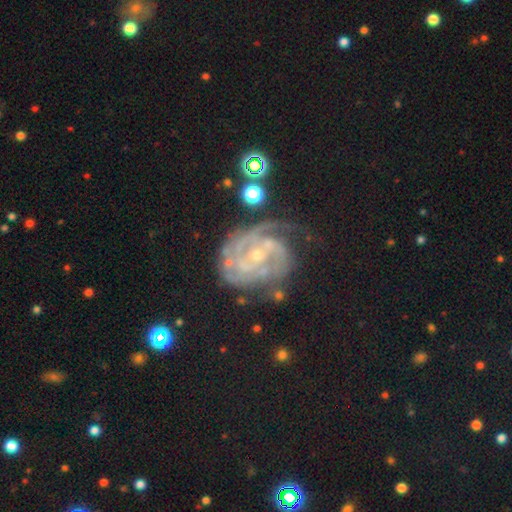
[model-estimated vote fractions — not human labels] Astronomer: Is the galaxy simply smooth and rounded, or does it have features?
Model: featured or disk — 86%.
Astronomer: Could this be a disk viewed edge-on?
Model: no — 98%.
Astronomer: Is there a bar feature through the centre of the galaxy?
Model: no — 63%.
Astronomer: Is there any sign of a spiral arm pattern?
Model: yes — 95%.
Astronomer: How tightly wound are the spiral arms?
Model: tight — 64%.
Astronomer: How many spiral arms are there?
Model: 2 — 30% (runner-up: can't tell, 28%).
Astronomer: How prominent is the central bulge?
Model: small — 76%.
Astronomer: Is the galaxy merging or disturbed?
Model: none — 53%.